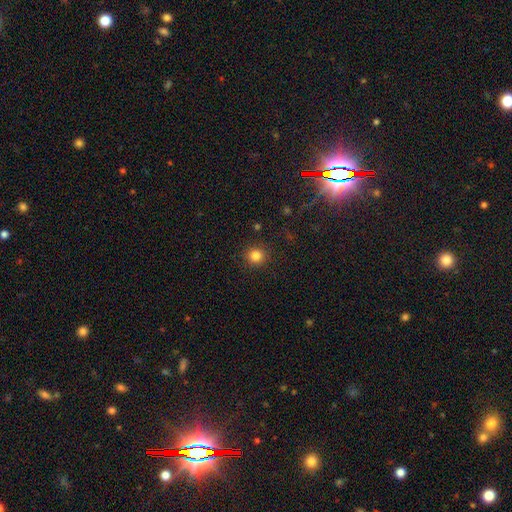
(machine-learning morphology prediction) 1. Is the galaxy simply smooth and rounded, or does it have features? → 83% smooth, 12% star or artifact, 5% featured or disk.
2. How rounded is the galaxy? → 91% round, 8% in between, 1% cigar-shaped.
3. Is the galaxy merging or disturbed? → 90% none, 6% minor disturbance, 2% major disturbance, 1% merger.